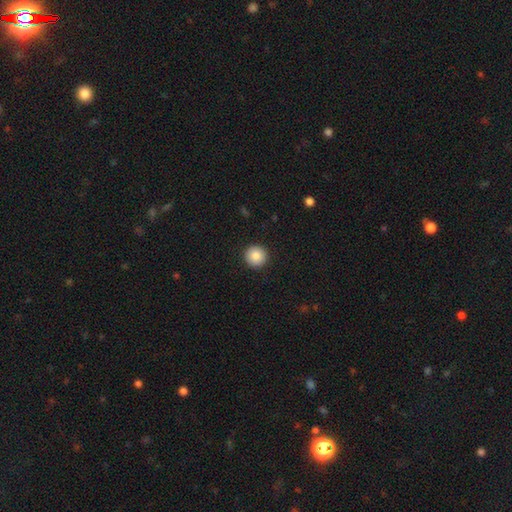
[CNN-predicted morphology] This is clearly a smooth galaxy (85%). How rounded: clearly round (96%). Merging: clearly none (93%).